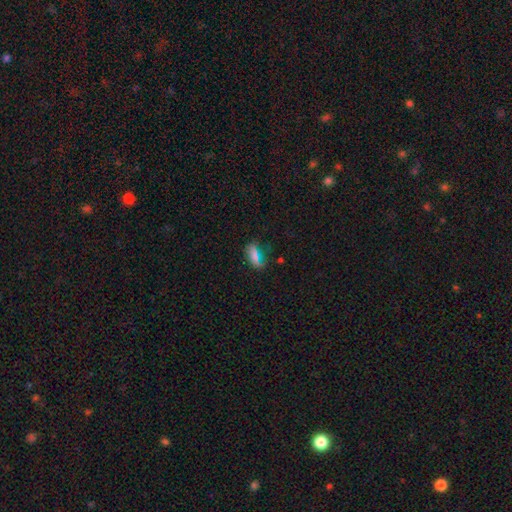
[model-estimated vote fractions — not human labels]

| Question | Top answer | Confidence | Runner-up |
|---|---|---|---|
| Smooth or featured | smooth | 64% | featured or disk (21%) |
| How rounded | in between | 74% | cigar-shaped (21%) |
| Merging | none | 53% | minor disturbance (27%) |